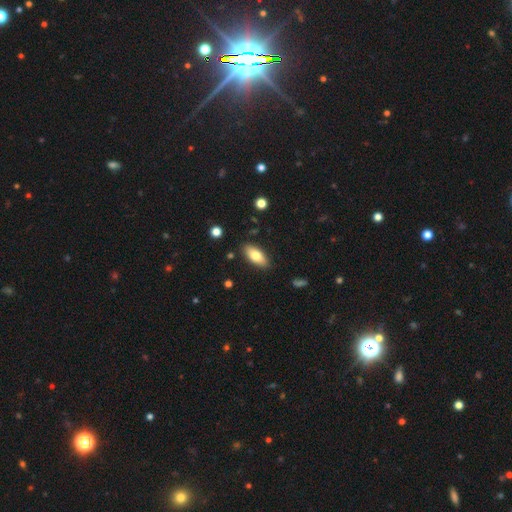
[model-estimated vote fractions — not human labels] Smooth or featured?
  - smooth: 76% *
  - featured or disk: 18%
  - star or artifact: 7%
How rounded?
  - in between: 85% *
  - cigar-shaped: 13%
  - round: 2%
Merging?
  - none: 87% *
  - minor disturbance: 10%
  - major disturbance: 2%
  - merger: 2%